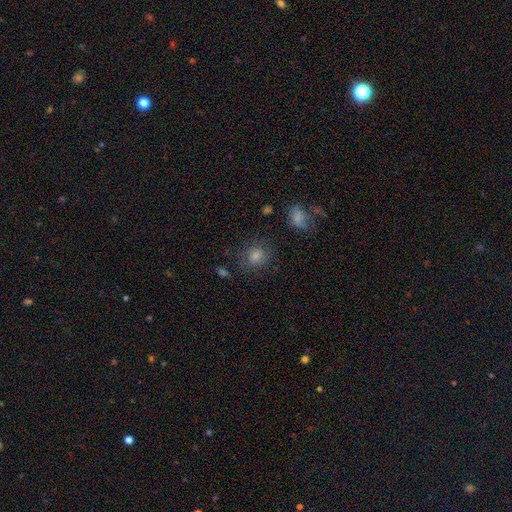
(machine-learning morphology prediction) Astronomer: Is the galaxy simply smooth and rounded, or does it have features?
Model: smooth — 66%.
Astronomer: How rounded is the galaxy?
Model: round — 80%.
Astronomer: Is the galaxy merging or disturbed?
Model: none — 78%.